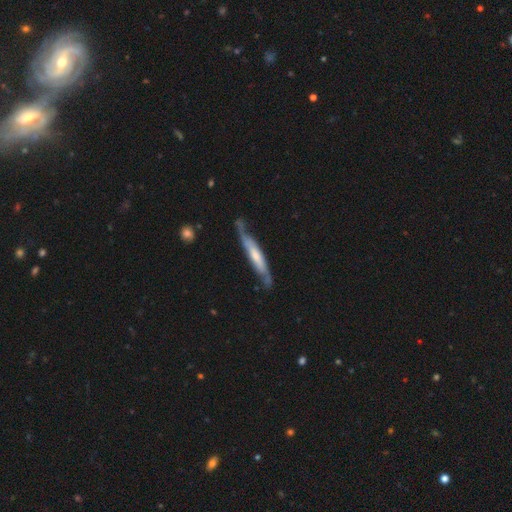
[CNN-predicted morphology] Overall: featured or disk (63%; smooth 32%). Edge-on disk: yes (66%; no 34%). Merging: none (59%; minor disturbance 27%).